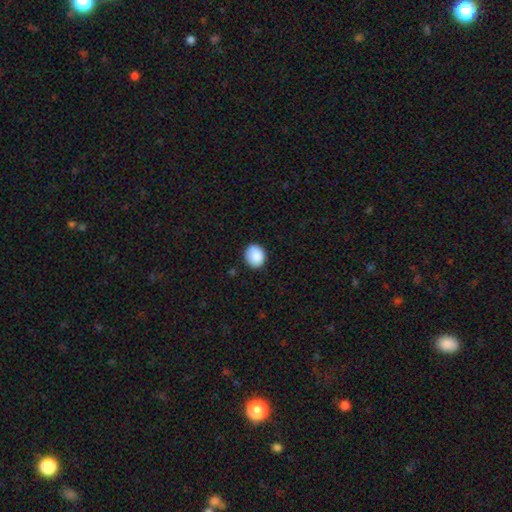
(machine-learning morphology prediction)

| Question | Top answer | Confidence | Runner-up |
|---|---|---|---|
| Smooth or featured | smooth | 88% | star or artifact (8%) |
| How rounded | round | 71% | in between (28%) |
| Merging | none | 86% | minor disturbance (11%) |